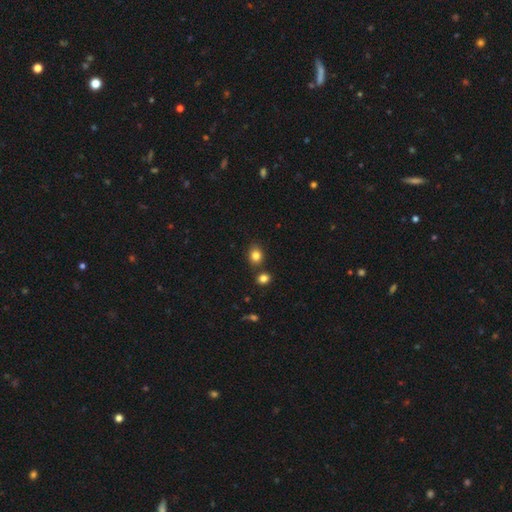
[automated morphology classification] Overall: smooth (83%). How rounded: round (59%; in between 40%). Merging: none (76%).